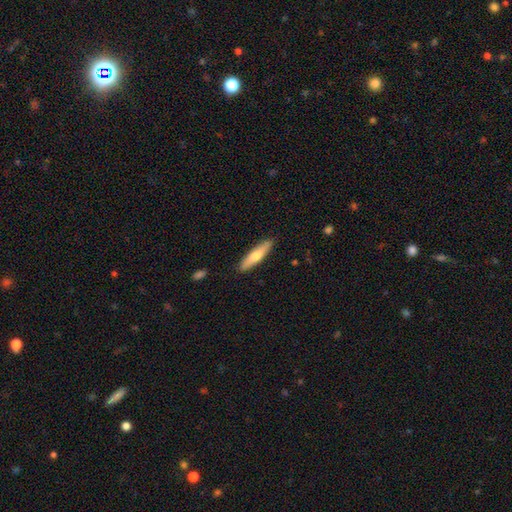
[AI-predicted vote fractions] This is likely a smooth galaxy (66%). How rounded: likely cigar-shaped (79%). Merging: clearly none (89%).